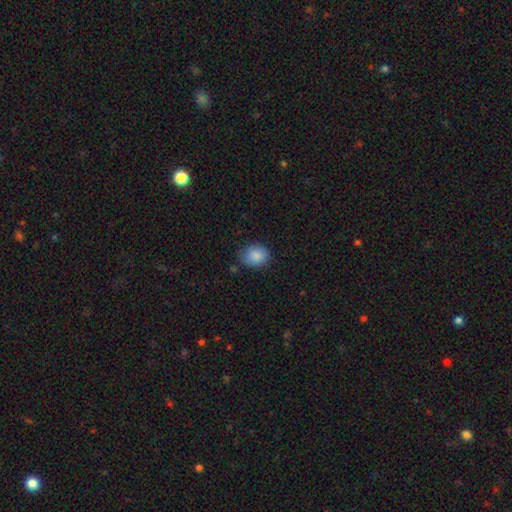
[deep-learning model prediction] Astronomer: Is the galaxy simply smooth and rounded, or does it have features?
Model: smooth — 88%.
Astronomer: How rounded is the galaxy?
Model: round — 57% (runner-up: in between, 42%).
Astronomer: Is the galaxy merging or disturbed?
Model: none — 77%.